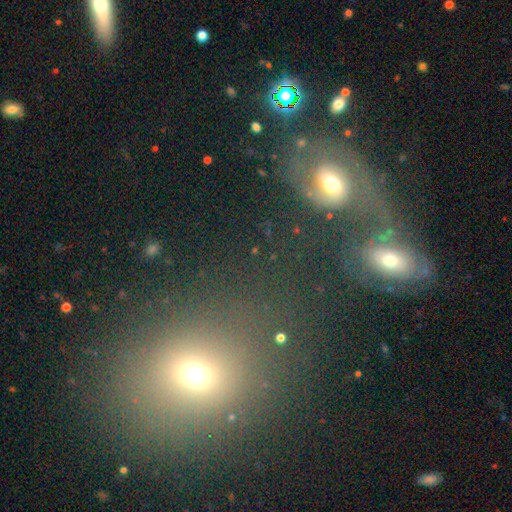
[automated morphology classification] This is marginally a smooth galaxy (38%, tied with featured or disk). Merging: possibly none (50%).